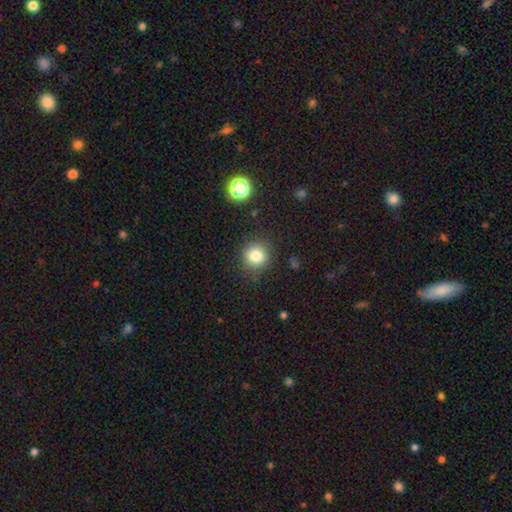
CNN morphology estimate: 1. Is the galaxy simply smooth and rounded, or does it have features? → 81% smooth, 13% star or artifact, 7% featured or disk.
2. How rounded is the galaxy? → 86% round, 13% in between, 1% cigar-shaped.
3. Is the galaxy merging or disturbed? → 86% none, 9% minor disturbance, 3% major disturbance, 2% merger.